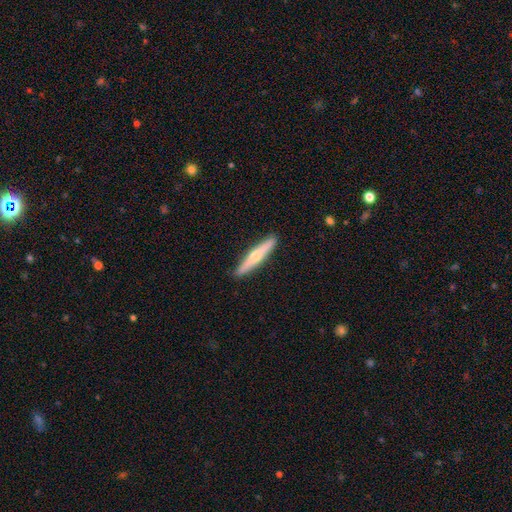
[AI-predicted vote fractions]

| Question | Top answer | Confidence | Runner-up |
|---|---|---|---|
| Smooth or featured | featured or disk | 53% | smooth (42%) |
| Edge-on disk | yes | 95% | no (5%) |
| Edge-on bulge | rounded | 87% | none (10%) |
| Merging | none | 91% | minor disturbance (7%) |